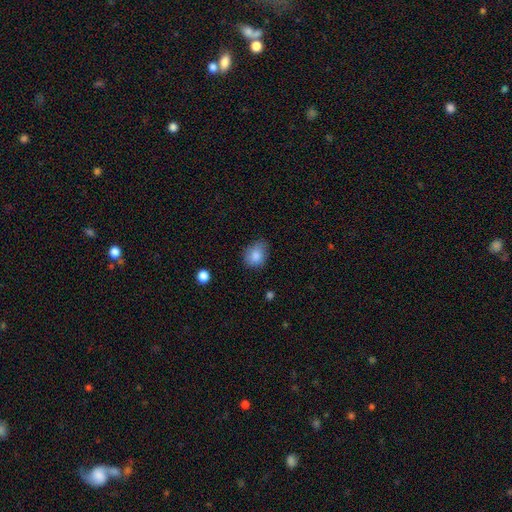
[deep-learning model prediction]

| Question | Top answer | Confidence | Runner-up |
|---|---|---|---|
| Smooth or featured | smooth | 84% | star or artifact (9%) |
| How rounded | in between | 55% | round (44%) |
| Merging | none | 65% | minor disturbance (28%) |